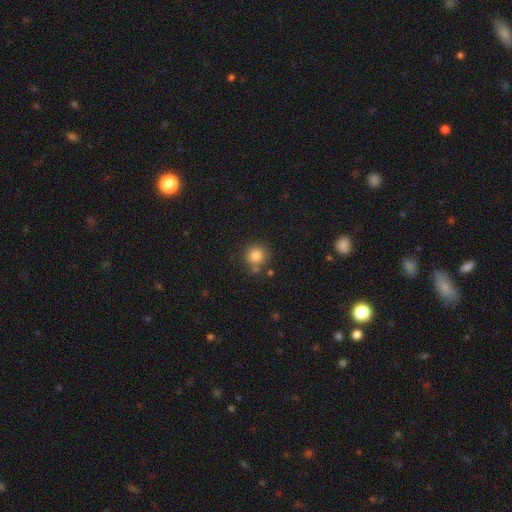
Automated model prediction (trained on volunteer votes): This appears to be a smooth galaxy with no disk features (83%) that is round (93%). Merging: none (75%).